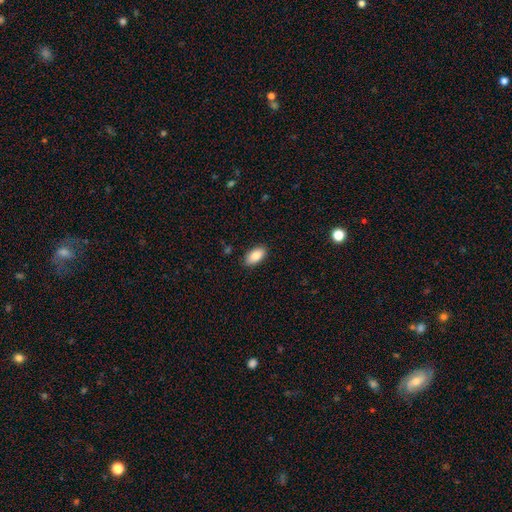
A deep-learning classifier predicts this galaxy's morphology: The model was most divided on "merging": none: 87%, minor disturbance: 9%, major disturbance: 2%, merger: 1%. More confident: how rounded — in between (94%); smooth or featured — smooth (87%).